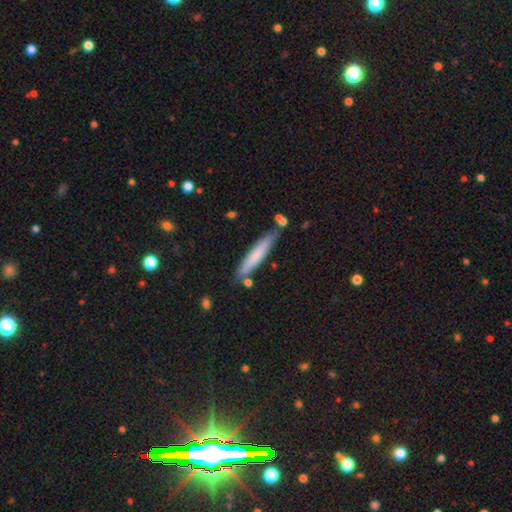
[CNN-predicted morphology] smooth 72%, featured or disk 22%, star or artifact 6%. Down the decision tree: how rounded — cigar-shaped (92%); merging — none (78%).